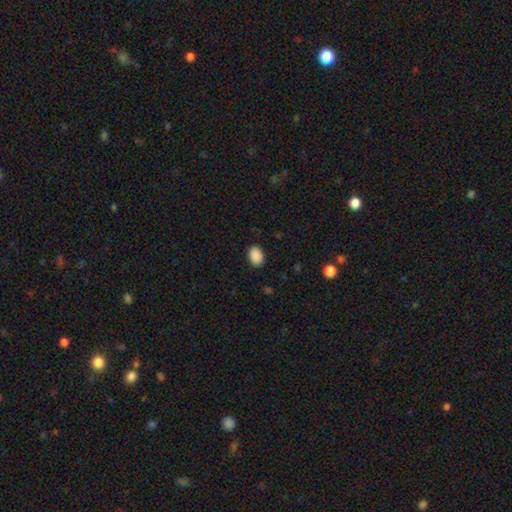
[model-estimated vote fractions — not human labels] Smooth or featured: smooth — 90% (star or artifact — 7%)
How rounded: in between — 79% (round — 20%)
Merging: none — 88% (minor disturbance — 9%)